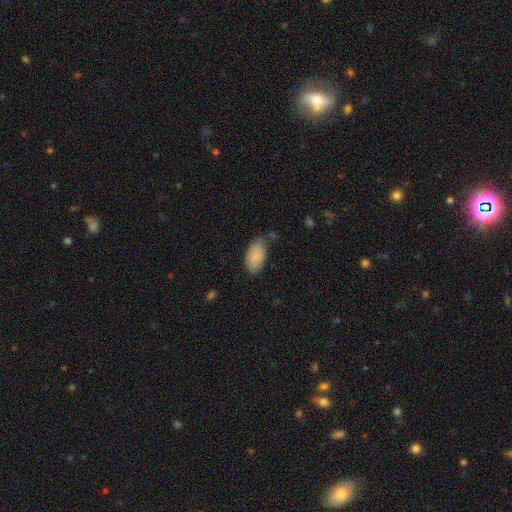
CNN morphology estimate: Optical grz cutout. It shows a smooth galaxy with no disk features (87%) that is in between round and cigar-shaped (95%). Merging: none (62%).